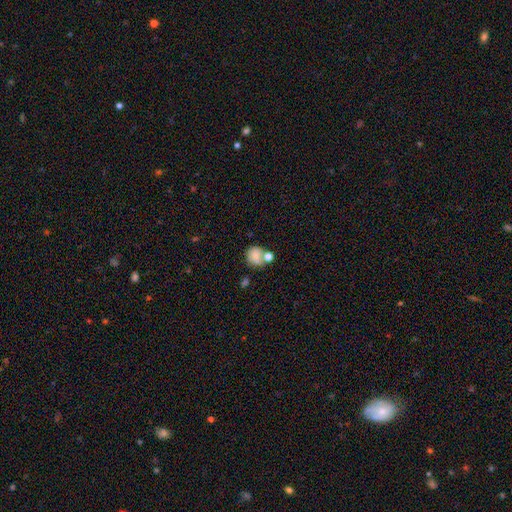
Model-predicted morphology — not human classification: smooth 73%, featured or disk 17%, star or artifact 9%. Down the decision tree: how rounded — round (73%); merging — none (41%).